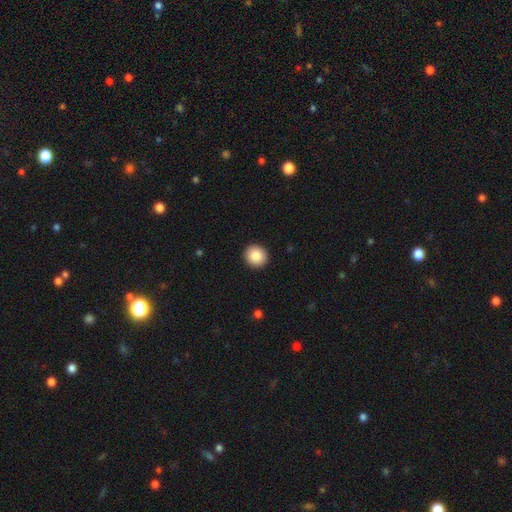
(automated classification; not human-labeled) smooth_or_featured: smooth (p=0.86) [alt: star or artifact p=0.08]
how_rounded: round (p=0.92) [alt: in between p=0.07]
merging: none (p=0.93) [alt: minor disturbance p=0.05]